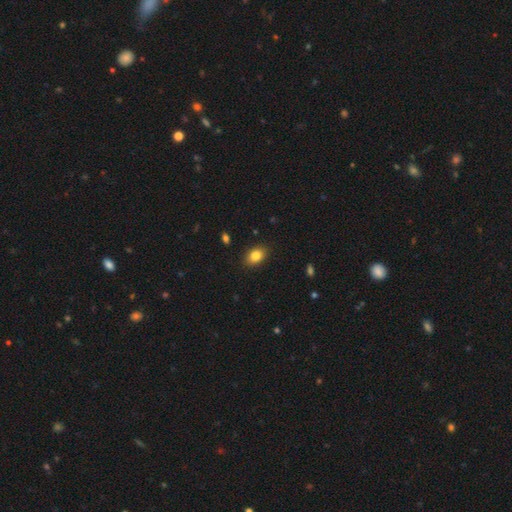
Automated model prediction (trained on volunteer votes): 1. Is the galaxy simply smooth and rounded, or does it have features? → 84% smooth, 9% star or artifact, 7% featured or disk.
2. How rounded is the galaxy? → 80% in between, 19% round, 1% cigar-shaped.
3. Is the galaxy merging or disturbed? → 87% none, 9% minor disturbance, 2% major disturbance, 1% merger.